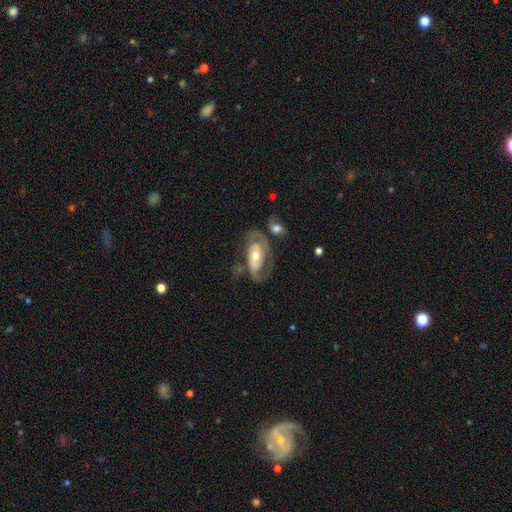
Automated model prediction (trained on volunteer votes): The model was most divided on "spiral winding": medium: 43%, tight: 38%, loose: 19%. Remaining: edge-on disk — no (94%); spiral arms — yes (86%); smooth or featured — featured or disk (78%); spiral arm count — 2 (73%); bulge size — moderate (65%); merging — none (50%); bar — no (49%).